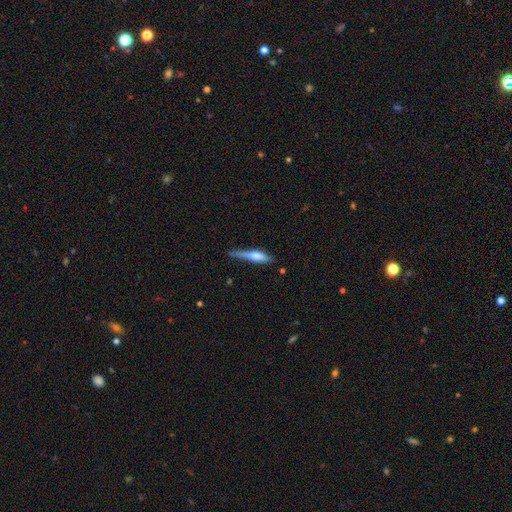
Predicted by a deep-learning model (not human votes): Smooth or featured?
  - smooth: 50% *
  - featured or disk: 44%
  - star or artifact: 6%
Merging?
  - none: 58% *
  - minor disturbance: 29%
  - major disturbance: 9%
  - merger: 4%